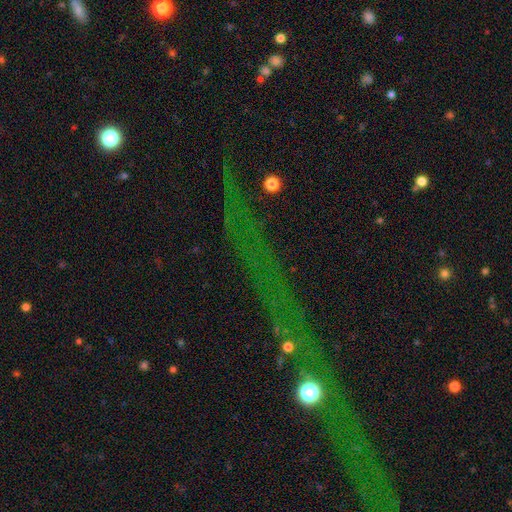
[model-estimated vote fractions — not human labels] smooth_or_featured: star or artifact (p=0.75) [alt: smooth p=0.13]